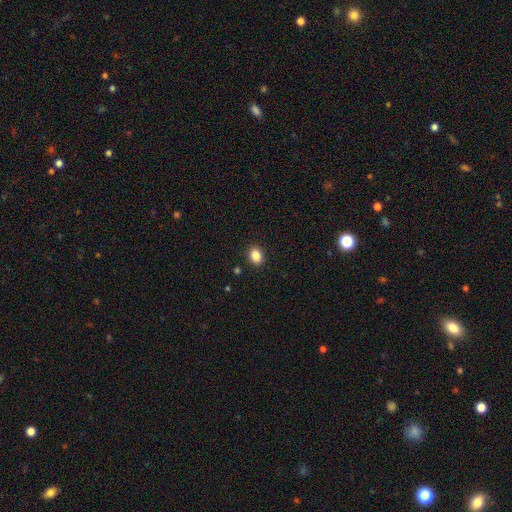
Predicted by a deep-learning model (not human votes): The model was most divided on "how rounded": in between: 60%, round: 39%, cigar-shaped: 1%. More confident: merging — none (90%); smooth or featured — smooth (86%).